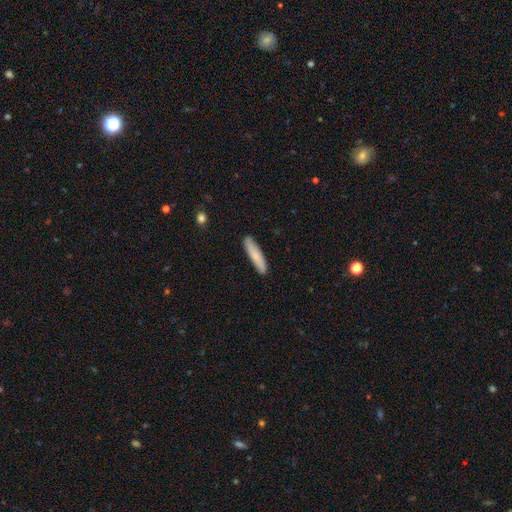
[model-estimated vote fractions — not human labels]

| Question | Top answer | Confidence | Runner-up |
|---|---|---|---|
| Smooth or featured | smooth | 73% | featured or disk (22%) |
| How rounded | cigar-shaped | 84% | in between (15%) |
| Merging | none | 88% | minor disturbance (10%) |